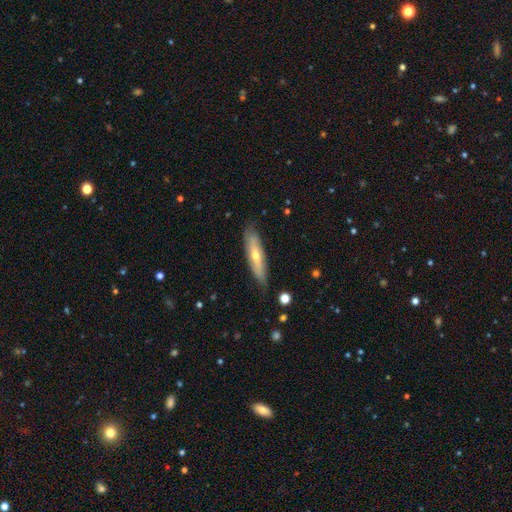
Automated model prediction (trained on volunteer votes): Q: Smooth or featured?
A: featured or disk (54%); runner-up: smooth (39%)
Q: Edge-on disk?
A: yes (63%); runner-up: no (37%)
Q: Merging?
A: none (82%); runner-up: minor disturbance (14%)